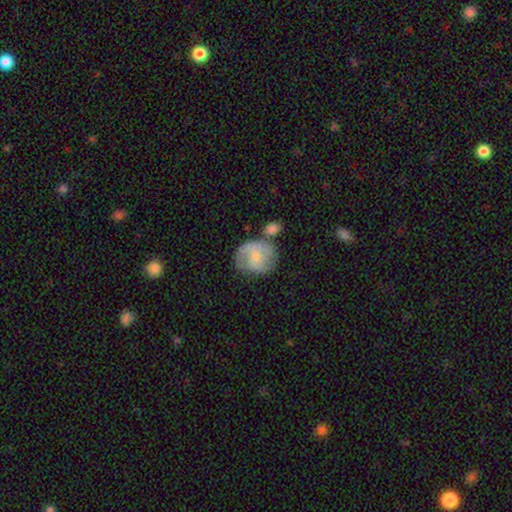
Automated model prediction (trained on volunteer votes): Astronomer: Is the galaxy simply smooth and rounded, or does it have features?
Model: smooth — 49% (runner-up: featured or disk, 45%).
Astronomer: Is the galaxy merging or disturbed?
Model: none — 45% (runner-up: minor disturbance, 24%).